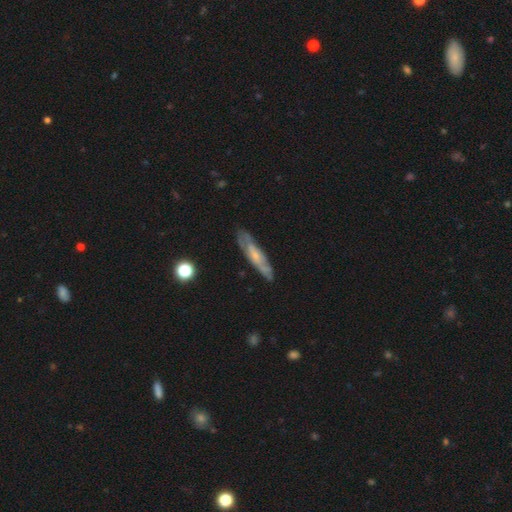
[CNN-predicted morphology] This appears to be a featured or disk galaxy (55%) viewed edge-on (54%). Merging: none (77%).